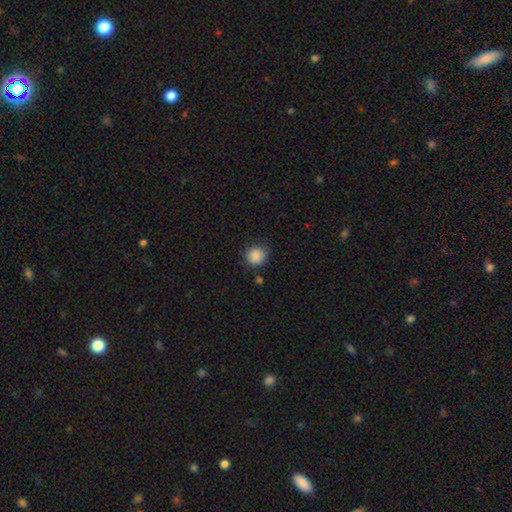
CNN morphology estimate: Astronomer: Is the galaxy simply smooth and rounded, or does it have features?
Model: smooth — 87%.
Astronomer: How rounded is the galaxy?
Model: round — 87%.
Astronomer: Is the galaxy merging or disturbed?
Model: none — 79%.